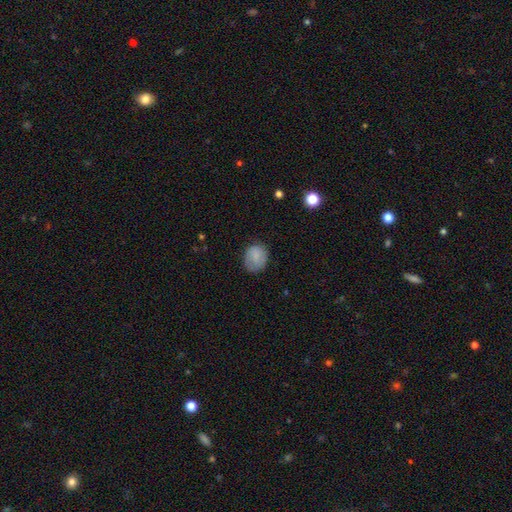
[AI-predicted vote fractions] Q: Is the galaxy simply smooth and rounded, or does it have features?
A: smooth — 83%.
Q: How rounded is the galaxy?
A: round — 58%.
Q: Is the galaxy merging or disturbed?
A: none — 73%.